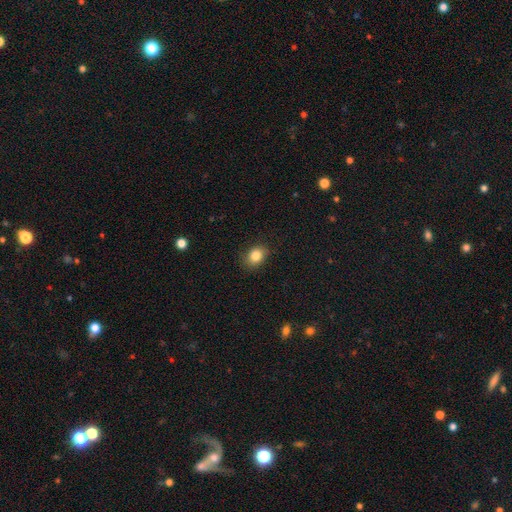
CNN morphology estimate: type=smooth (84%); roundness=in between (56%); merging=none (84%).